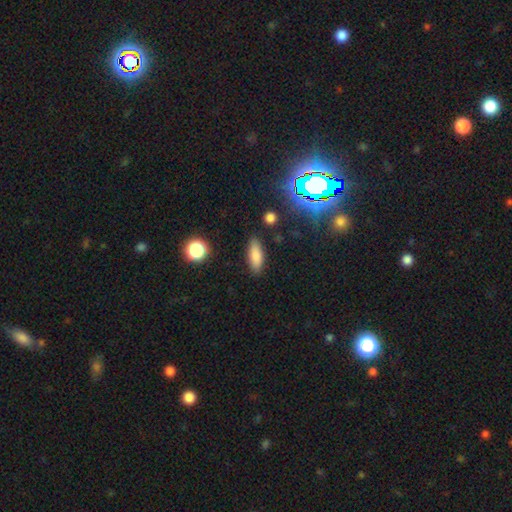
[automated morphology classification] Smooth or featured? Predicted: smooth (p=0.81). How rounded? Predicted: in between (p=0.68). Merging? Predicted: none (p=0.86).